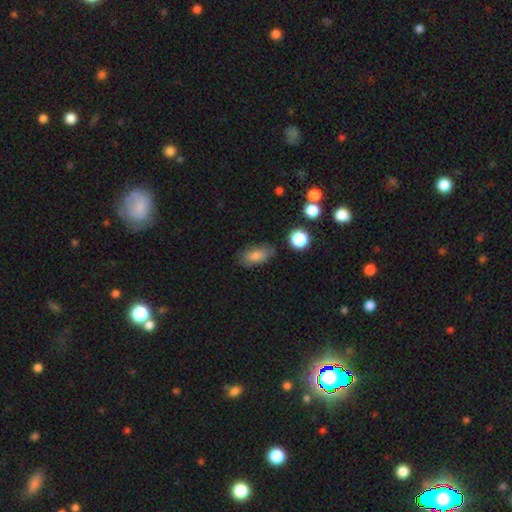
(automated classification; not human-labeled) Q: Smooth or featured?
A: smooth (80%); runner-up: featured or disk (11%)
Q: How rounded?
A: in between (87%); runner-up: cigar-shaped (6%)
Q: Merging?
A: none (81%); runner-up: minor disturbance (14%)